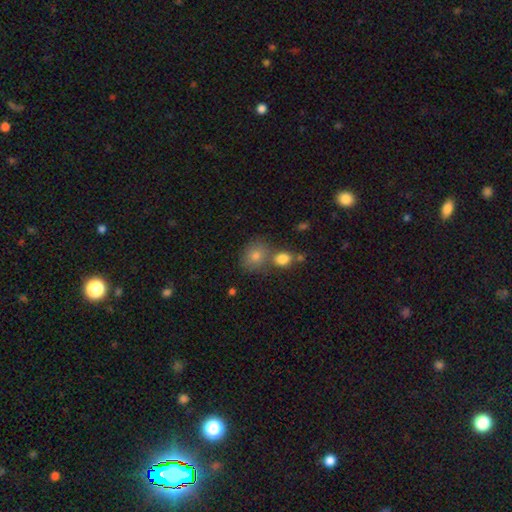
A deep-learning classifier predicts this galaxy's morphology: Q: Smooth or featured?
A: smooth (77%); runner-up: star or artifact (13%)
Q: How rounded?
A: round (63%); runner-up: in between (36%)
Q: Merging?
A: none (58%); runner-up: merger (28%)